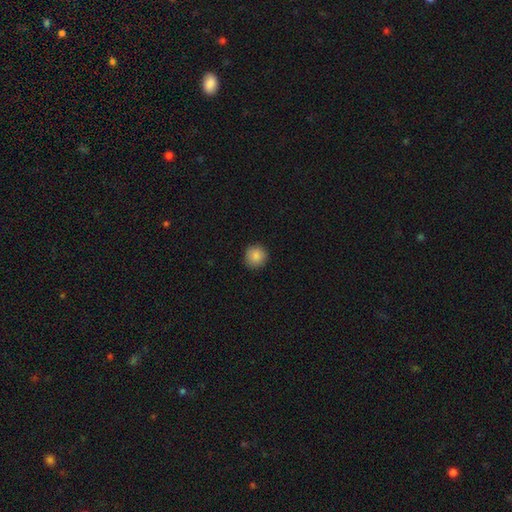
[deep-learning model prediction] smooth-or-featured: smooth: 88% | star or artifact: 8% | featured or disk: 3%
  how-rounded: round: 95% | in between: 4% | cigar-shaped: 1%
  merging: none: 91% | minor disturbance: 6% | major disturbance: 2% | merger: 1%